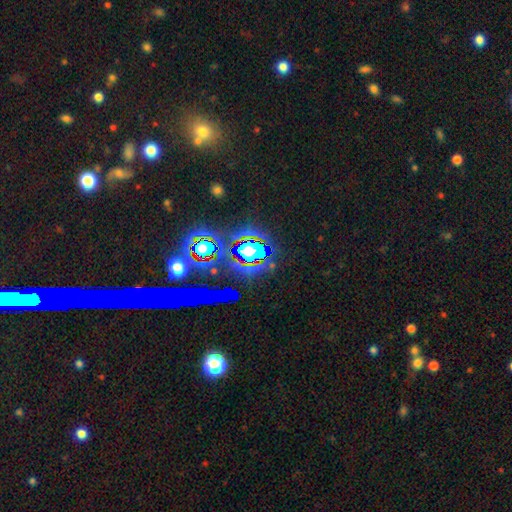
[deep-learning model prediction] smooth_or_featured: star or artifact (p=0.78) [alt: smooth p=0.12]